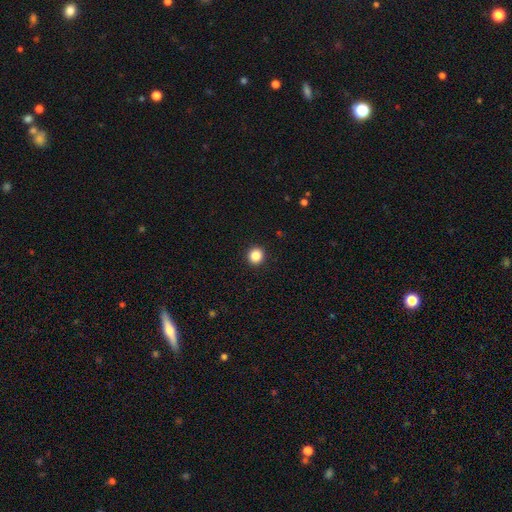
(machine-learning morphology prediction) The model was most divided on "smooth or featured": smooth: 87%, star or artifact: 10%, featured or disk: 3%. More confident: merging — none (93%); how rounded — round (91%).